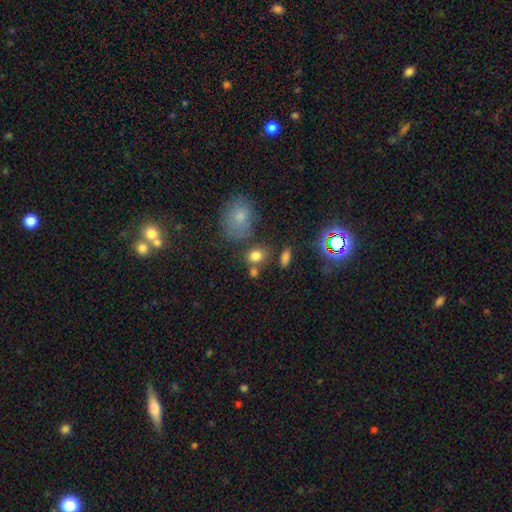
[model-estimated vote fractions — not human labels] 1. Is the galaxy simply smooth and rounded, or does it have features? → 78% smooth, 14% star or artifact, 8% featured or disk.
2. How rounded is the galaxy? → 59% round, 40% in between, 2% cigar-shaped.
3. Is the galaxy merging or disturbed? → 63% none, 19% merger, 13% minor disturbance, 6% major disturbance.